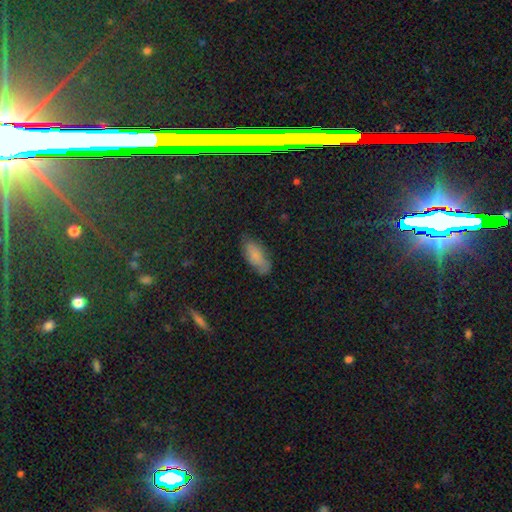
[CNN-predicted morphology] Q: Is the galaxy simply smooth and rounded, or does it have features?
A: smooth — 78%.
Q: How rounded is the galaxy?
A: in between — 85%.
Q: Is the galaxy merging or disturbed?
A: none — 70%.